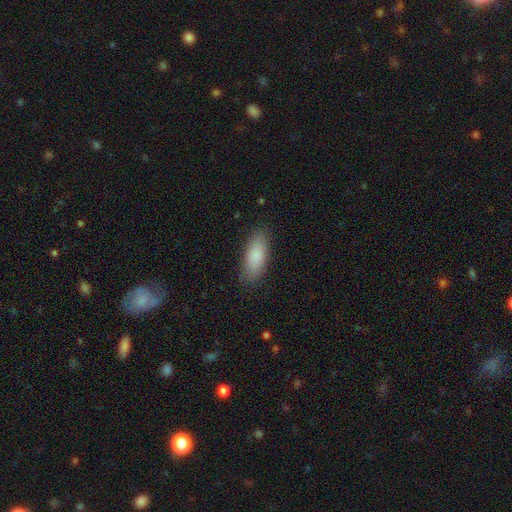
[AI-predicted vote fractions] Smooth or featured? Predicted: smooth (p=0.86). How rounded? Predicted: in between (p=0.75). Merging? Predicted: none (p=0.86).